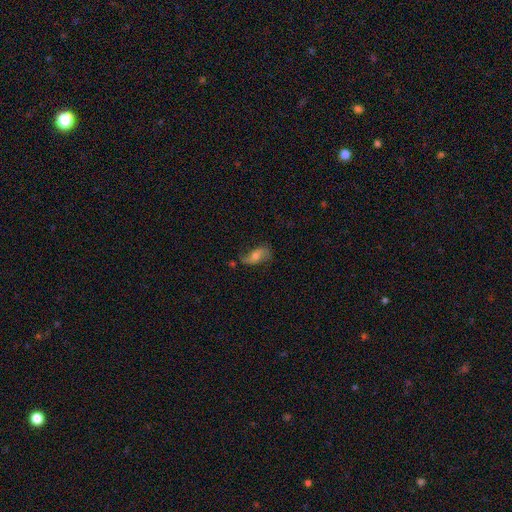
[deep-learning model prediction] smooth_or_featured: featured or disk (p=0.55) [alt: smooth p=0.36]
disk_edge_on: no (p=0.91) [alt: yes p=0.09]
merging: none (p=0.63) [alt: minor disturbance p=0.23]